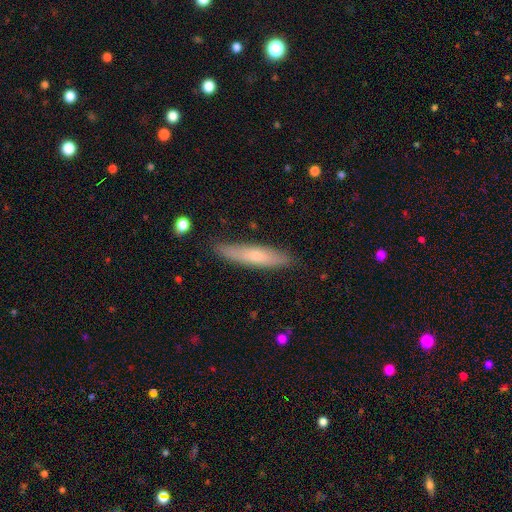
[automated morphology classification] smooth 60%, featured or disk 34%, star or artifact 7%. Down the decision tree: how rounded — cigar-shaped (86%); merging — none (85%).